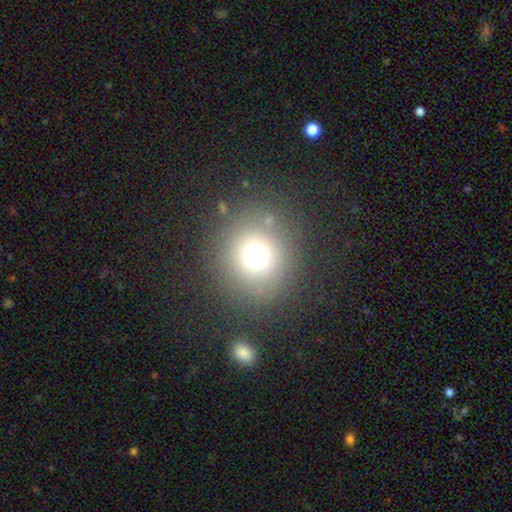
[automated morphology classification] smooth_or_featured: smooth (p=0.67) [alt: star or artifact p=0.24]
how_rounded: round (p=0.93) [alt: in between p=0.06]
merging: none (p=0.85) [alt: minor disturbance p=0.07]